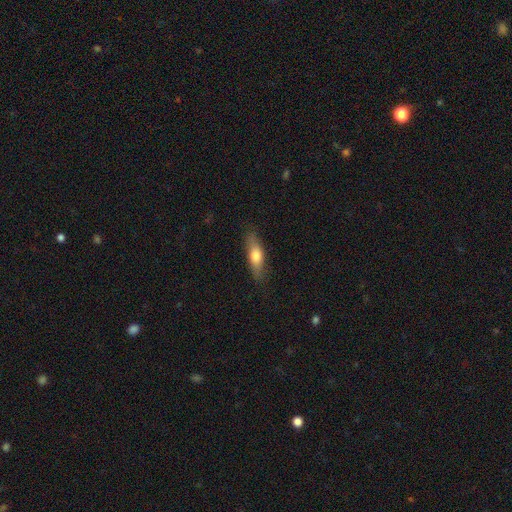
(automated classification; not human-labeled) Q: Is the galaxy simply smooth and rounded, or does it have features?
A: smooth — 68%.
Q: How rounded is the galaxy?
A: in between — 49%.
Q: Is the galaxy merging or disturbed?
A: none — 82%.